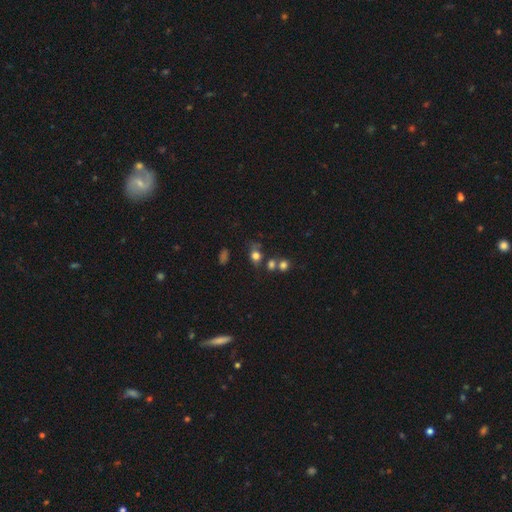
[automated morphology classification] This is likely a smooth galaxy (67%). How rounded: possibly round (51%). Merging: possibly none (50%).